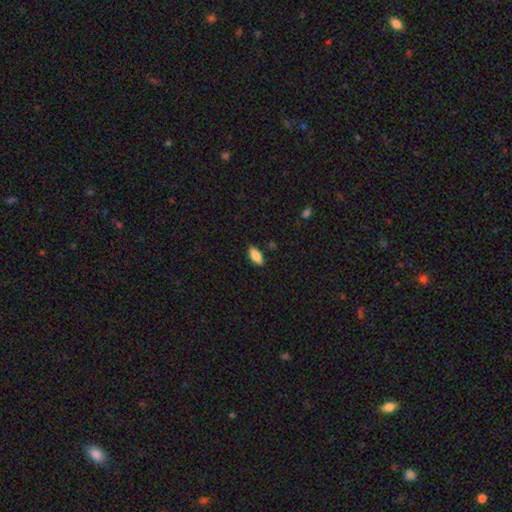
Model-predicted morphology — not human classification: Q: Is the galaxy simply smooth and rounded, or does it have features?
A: smooth — 84%.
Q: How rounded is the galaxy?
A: in between — 85%.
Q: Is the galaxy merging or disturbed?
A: none — 87%.